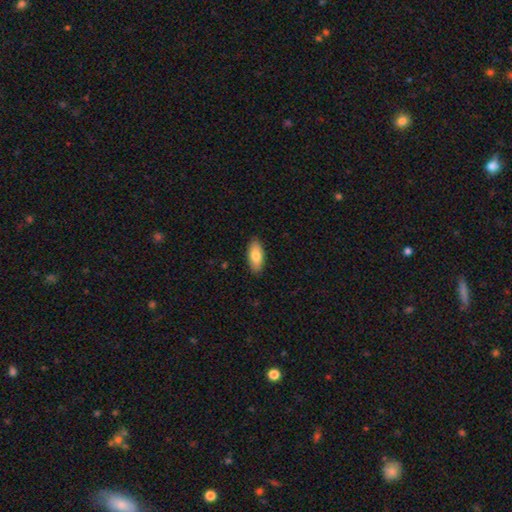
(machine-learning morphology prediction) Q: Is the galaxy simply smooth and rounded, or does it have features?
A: smooth — 79%.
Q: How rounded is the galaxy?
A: in between — 87%.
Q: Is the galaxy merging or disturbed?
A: none — 88%.